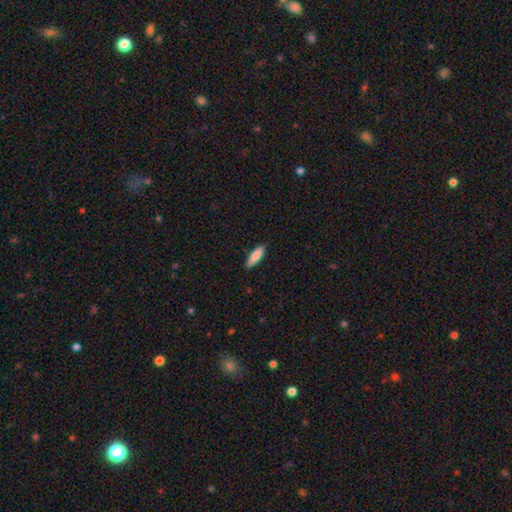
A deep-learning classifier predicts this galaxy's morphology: Smooth or featured: smooth — 84% (featured or disk — 10%)
How rounded: in between — 50% (cigar-shaped — 48%)
Merging: none — 88% (minor disturbance — 10%)